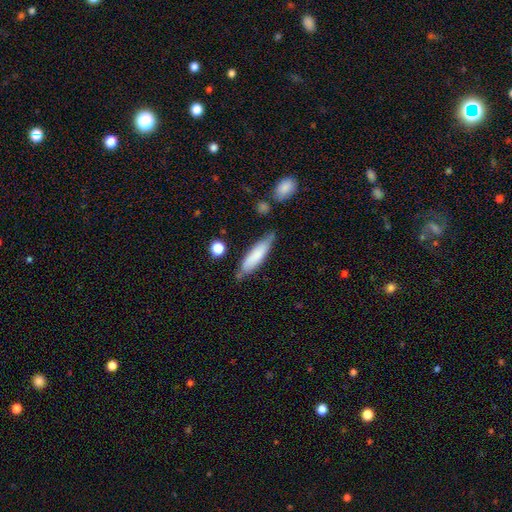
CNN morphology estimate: This is likely a smooth galaxy (74%). How rounded: likely cigar-shaped (71%). Merging: likely none (67%).